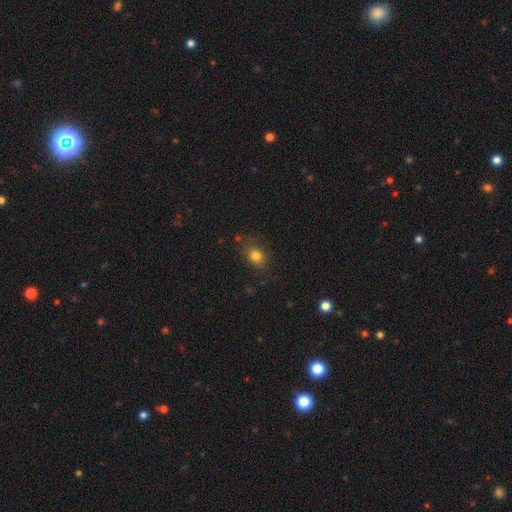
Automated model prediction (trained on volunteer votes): A smooth galaxy with no disk features (80%) that is in between round and cigar-shaped (52%). Merging: none (76%).